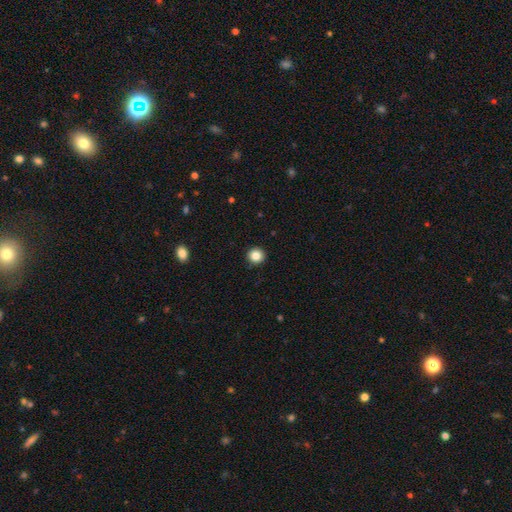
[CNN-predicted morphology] smooth_or_featured: smooth (p=0.85) [alt: star or artifact p=0.10]
how_rounded: round (p=0.93) [alt: in between p=0.06]
merging: none (p=0.93) [alt: minor disturbance p=0.04]